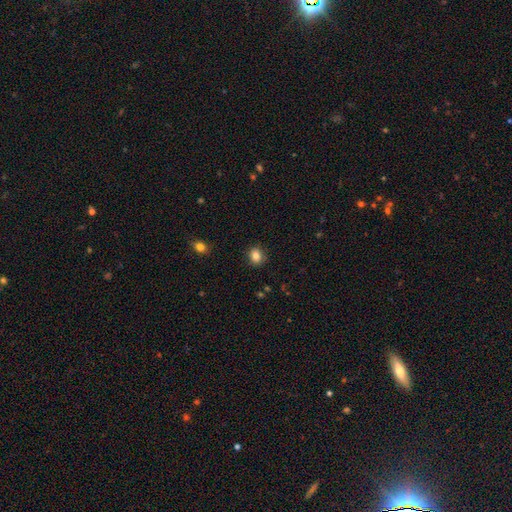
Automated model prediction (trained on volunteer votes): This appears to be a smooth galaxy with no disk features (84%) that is round (58%). Merging: none (88%).